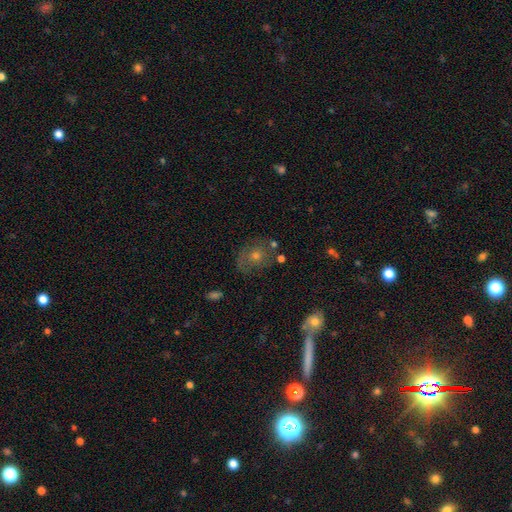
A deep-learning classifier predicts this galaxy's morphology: Smooth or featured: featured or disk — 45% (smooth — 34%)
Merging: none — 68% (minor disturbance — 17%)